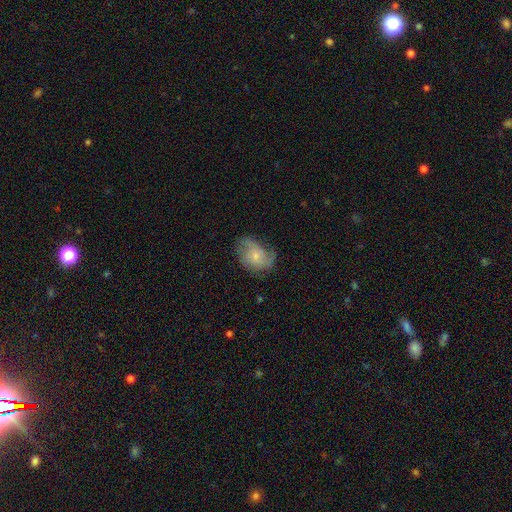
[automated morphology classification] A featured or disk galaxy (62%) with no bar (73%), 2 (39%) medium (43%) spiral arms (88%) and a small central bulge (63%). Merging: none (53%).